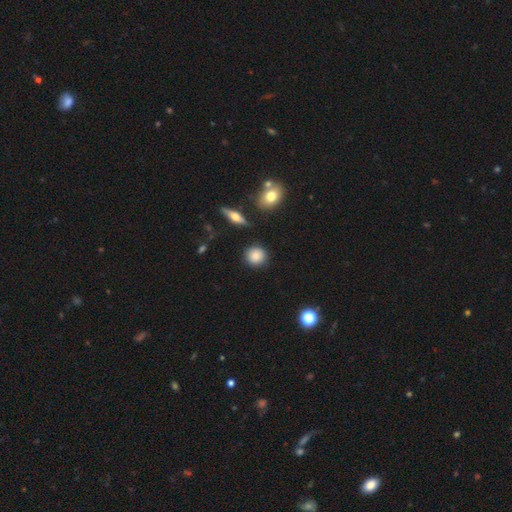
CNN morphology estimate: This is clearly a smooth galaxy (84%). How rounded: clearly round (89%). Merging: clearly none (88%).